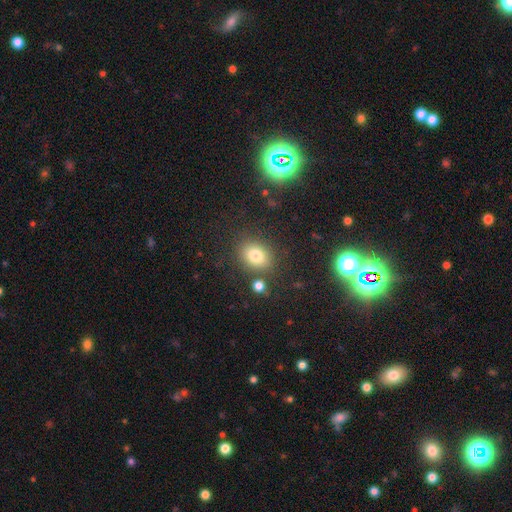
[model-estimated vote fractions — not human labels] smooth-or-featured: smooth: 79% | star or artifact: 13% | featured or disk: 8%
  how-rounded: in between: 51% | round: 47% | cigar-shaped: 1%
  merging: none: 79% | minor disturbance: 11% | merger: 6% | major disturbance: 4%